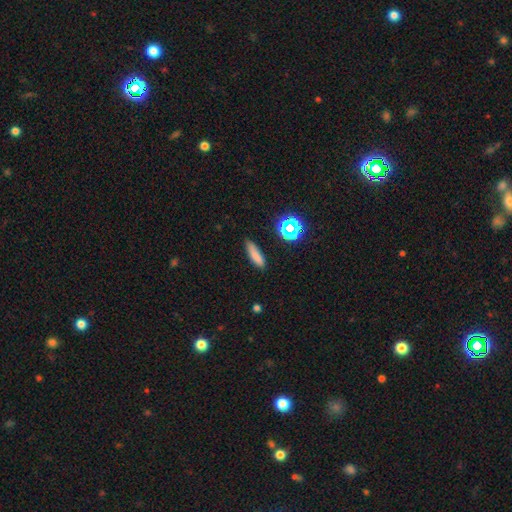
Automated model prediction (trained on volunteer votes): smooth 78%, star or artifact 14%, featured or disk 9%. Down the decision tree: how rounded — cigar-shaped (60%); merging — none (82%).